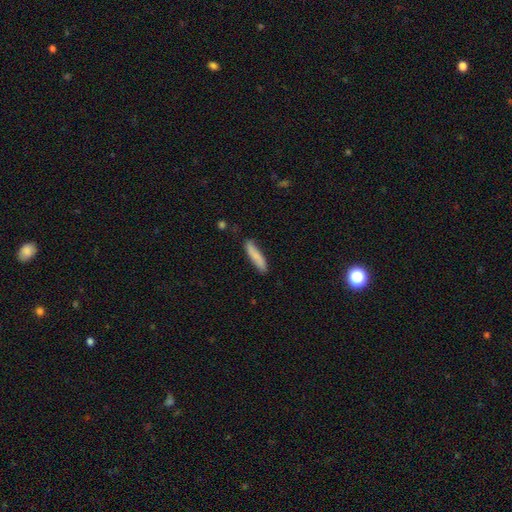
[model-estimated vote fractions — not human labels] A smooth galaxy with no disk features (79%) that is cigar-shaped (82%). Merging: none (80%).